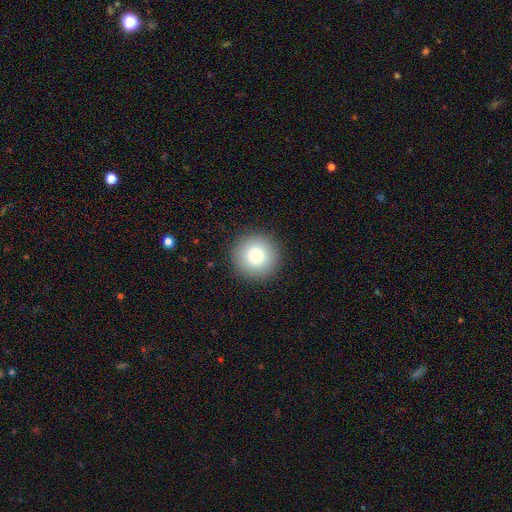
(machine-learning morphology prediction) This is clearly a smooth galaxy (82%). How rounded: clearly round (96%). Merging: clearly none (91%).